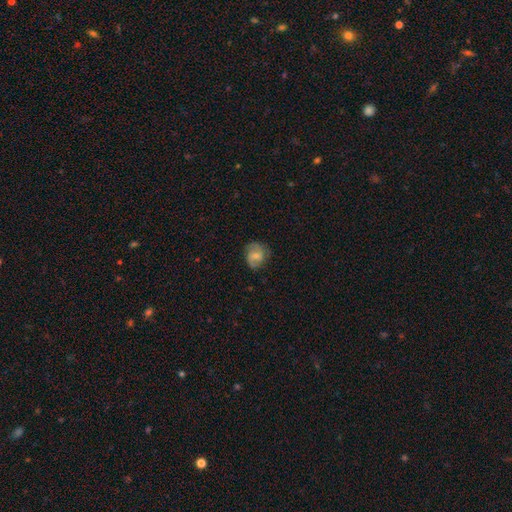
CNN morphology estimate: smooth_or_featured: smooth (p=0.50) [alt: featured or disk p=0.42]
merging: none (p=0.65) [alt: minor disturbance p=0.24]